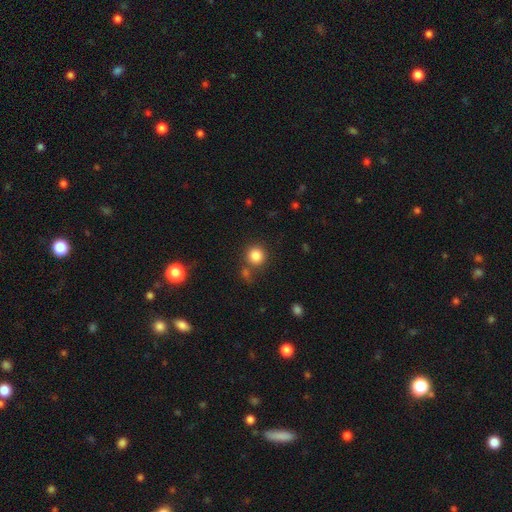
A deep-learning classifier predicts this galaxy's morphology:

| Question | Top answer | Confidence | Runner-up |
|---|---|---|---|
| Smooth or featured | smooth | 83% | star or artifact (11%) |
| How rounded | round | 91% | in between (8%) |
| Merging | none | 74% | merger (12%) |